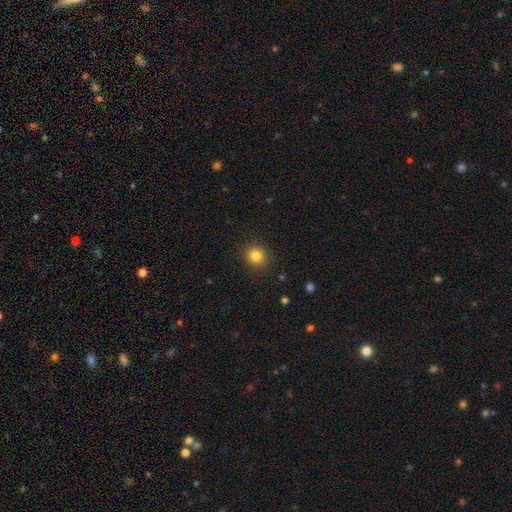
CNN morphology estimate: Overall: smooth (83%). How rounded: round (85%). Merging: none (89%).